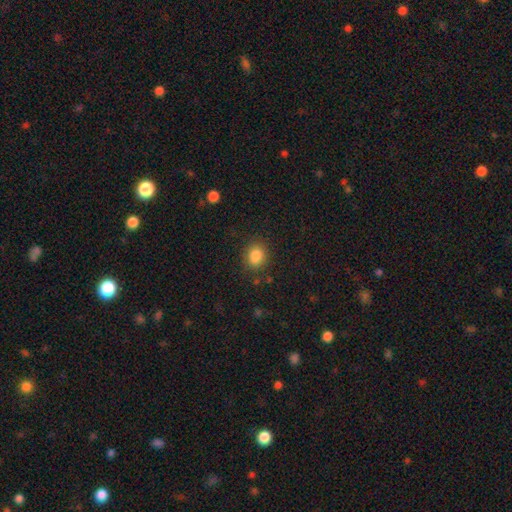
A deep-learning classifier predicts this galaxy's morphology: A smooth galaxy with no disk features (85%) that is round (52%). Merging: none (82%).